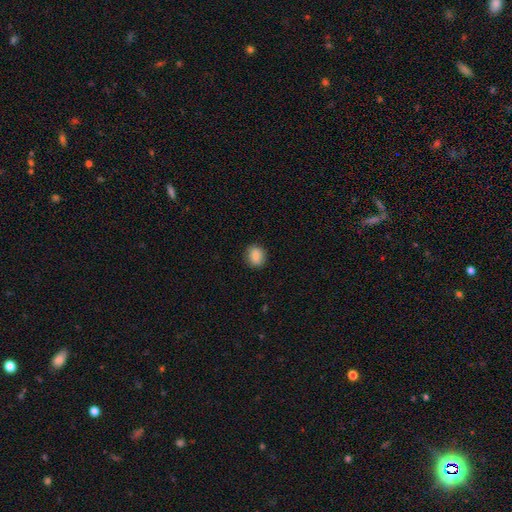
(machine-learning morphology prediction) Smooth or featured?
  - smooth: 84% *
  - star or artifact: 8%
  - featured or disk: 8%
How rounded?
  - round: 75% *
  - in between: 24%
  - cigar-shaped: 1%
Merging?
  - none: 88% *
  - minor disturbance: 9%
  - major disturbance: 2%
  - merger: 1%